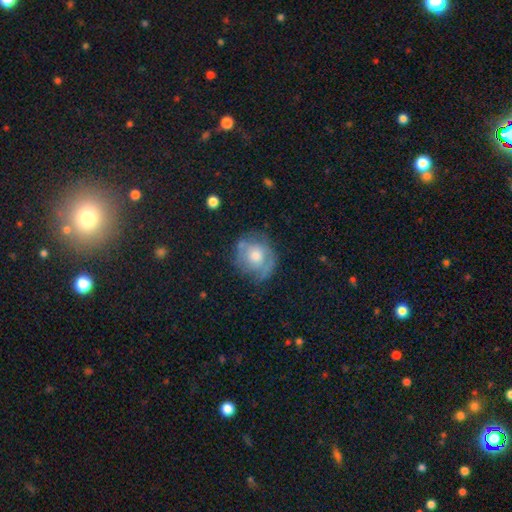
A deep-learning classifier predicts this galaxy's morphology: Smooth or featured? Predicted: featured or disk (p=0.54). Edge-on disk? Predicted: no (p=0.96). Bar? Predicted: no (p=0.81). Spiral arms? Predicted: yes (p=0.67). Bulge size? Predicted: moderate (p=0.60). Merging? Predicted: none (p=0.64).